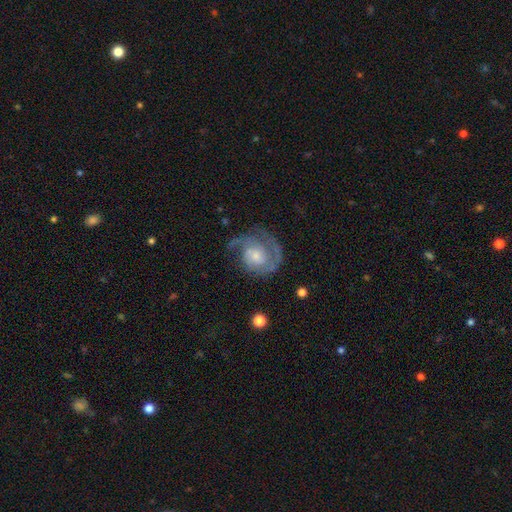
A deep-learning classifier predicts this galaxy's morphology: This is clearly a featured or disk galaxy (83%). It is clearly not viewed edge-on (98%). Bar: likely no (69%). Spiral arm pattern: clearly yes (95%). Spiral arm count: possibly 2 (59%). Spiral winding: marginally medium (44%). Central bulge: possibly small (49%). Merging: likely none (64%).